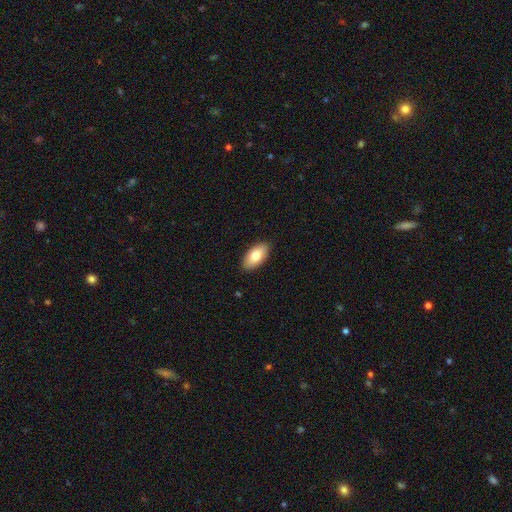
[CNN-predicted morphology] Smooth or featured? Predicted: smooth (p=0.78). How rounded? Predicted: in between (p=0.94). Merging? Predicted: none (p=0.89).